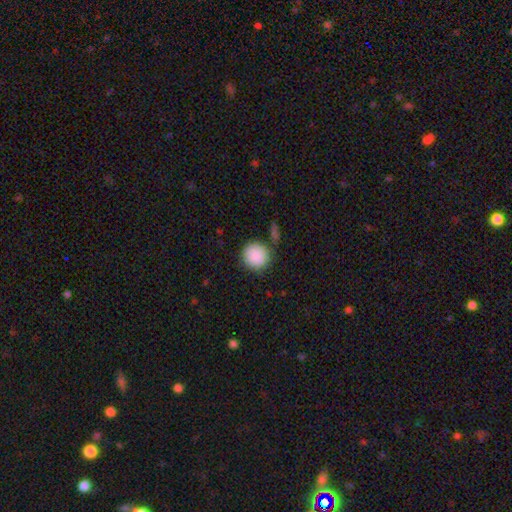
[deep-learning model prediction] Smooth or featured?
  - smooth: 89% *
  - star or artifact: 8%
  - featured or disk: 3%
How rounded?
  - round: 92% *
  - in between: 7%
  - cigar-shaped: 1%
Merging?
  - none: 80% *
  - minor disturbance: 11%
  - merger: 5%
  - major disturbance: 4%